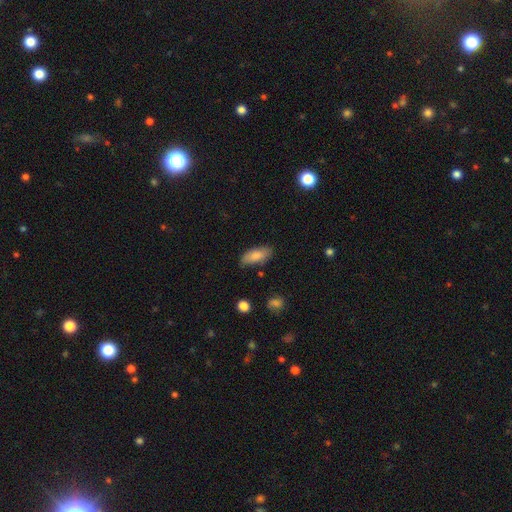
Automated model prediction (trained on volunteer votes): Smooth or featured?
  - smooth: 82% *
  - featured or disk: 12%
  - star or artifact: 6%
How rounded?
  - in between: 84% *
  - cigar-shaped: 14%
  - round: 2%
Merging?
  - none: 78% *
  - minor disturbance: 17%
  - major disturbance: 3%
  - merger: 2%